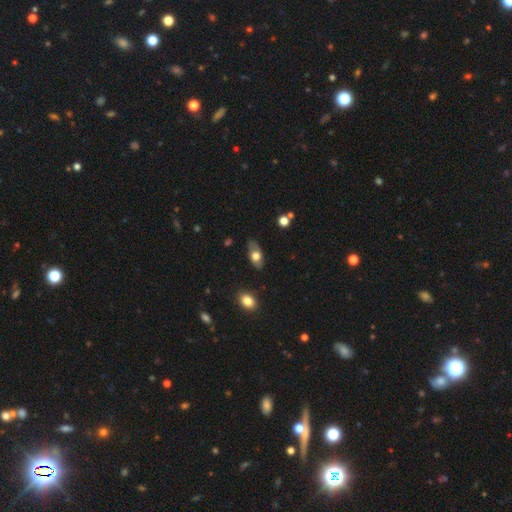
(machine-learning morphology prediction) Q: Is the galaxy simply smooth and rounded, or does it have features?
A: smooth — 59%.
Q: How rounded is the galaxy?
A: in between — 87%.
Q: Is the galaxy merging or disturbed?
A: none — 80%.